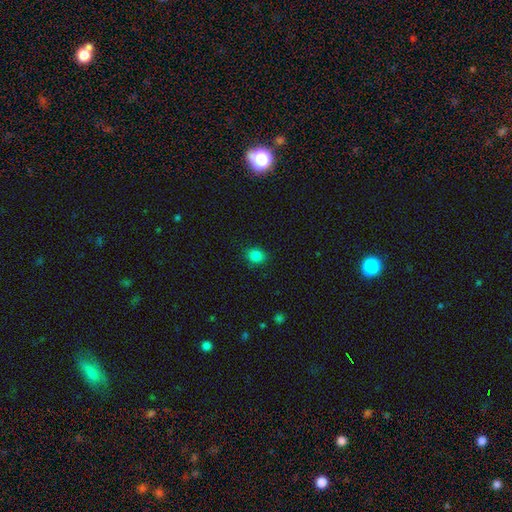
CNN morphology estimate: Smooth or featured? smooth (84%)
How rounded? round (65%)
Merging? none (88%)